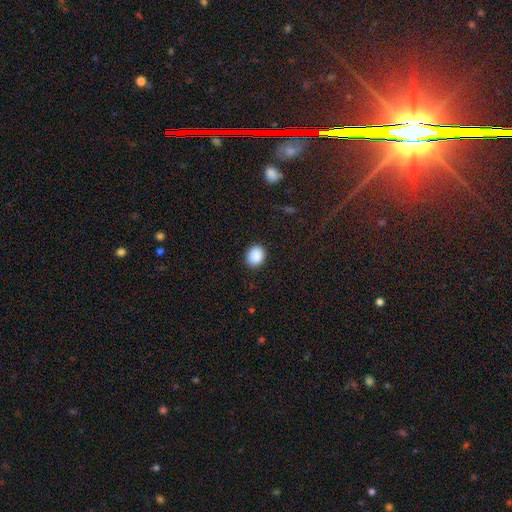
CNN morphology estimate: This is clearly a smooth galaxy (89%). How rounded: likely round (62%). Merging: clearly none (90%).